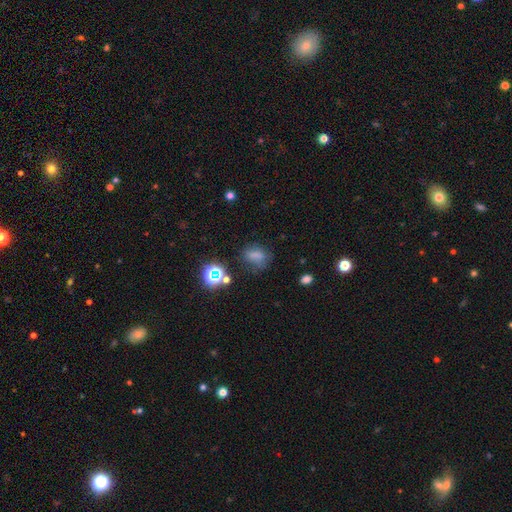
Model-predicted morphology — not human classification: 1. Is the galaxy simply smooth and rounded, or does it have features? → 67% smooth, 21% star or artifact, 12% featured or disk.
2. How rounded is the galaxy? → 62% in between, 34% round, 4% cigar-shaped.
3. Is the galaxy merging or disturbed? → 57% none, 24% minor disturbance, 13% major disturbance, 7% merger.